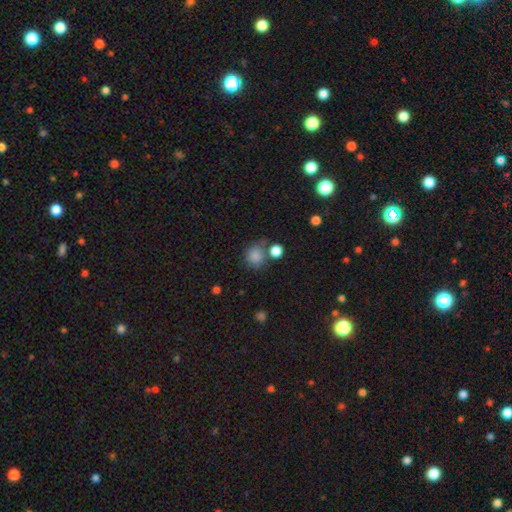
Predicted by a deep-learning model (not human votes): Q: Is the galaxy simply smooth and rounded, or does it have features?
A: smooth — 84%.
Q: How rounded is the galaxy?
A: round — 83%.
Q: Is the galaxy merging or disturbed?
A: none — 62%.